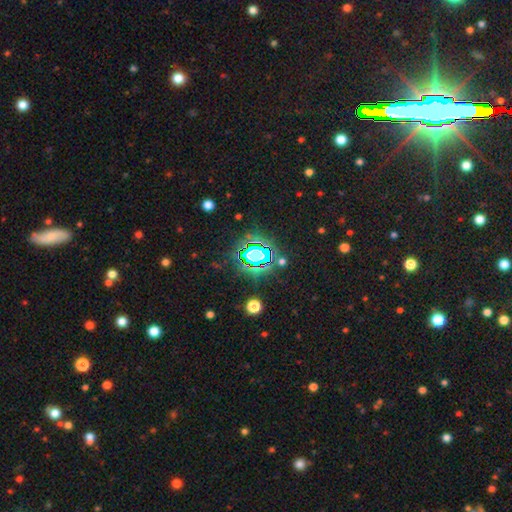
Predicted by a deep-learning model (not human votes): smooth-or-featured: star or artifact: 69% | smooth: 19% | featured or disk: 12%